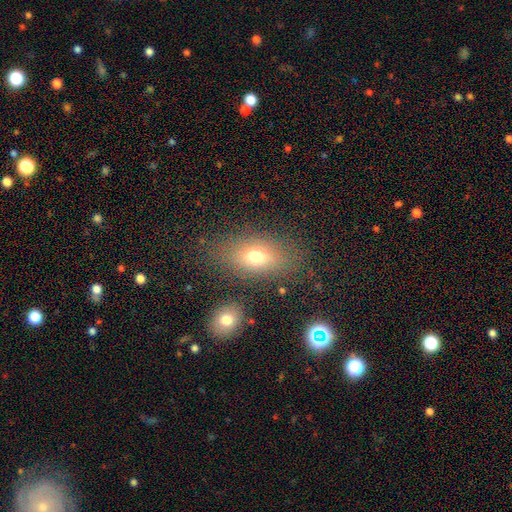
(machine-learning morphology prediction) type=smooth (67%); roundness=in between (78%); merging=none (77%).